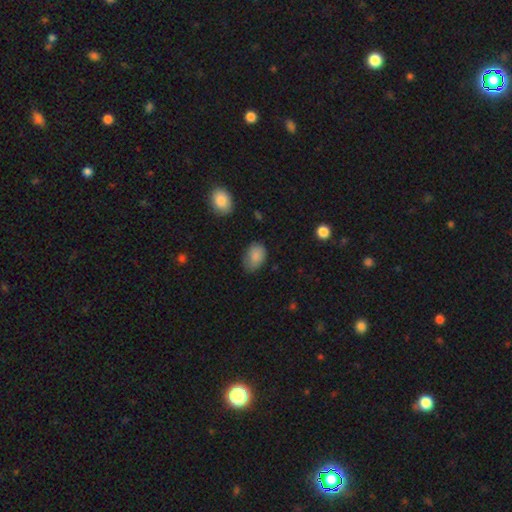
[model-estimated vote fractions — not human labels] This is clearly a smooth galaxy (86%). How rounded: likely in between (79%). Merging: likely none (64%).